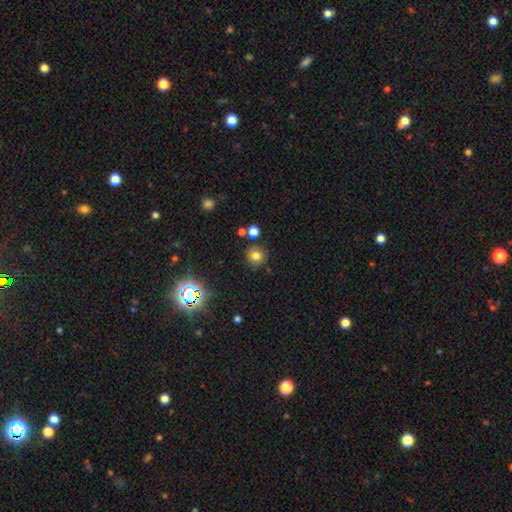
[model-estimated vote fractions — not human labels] smooth_or_featured: smooth (p=0.76) [alt: star or artifact p=0.17]
how_rounded: round (p=0.90) [alt: in between p=0.09]
merging: none (p=0.81) [alt: minor disturbance p=0.10]